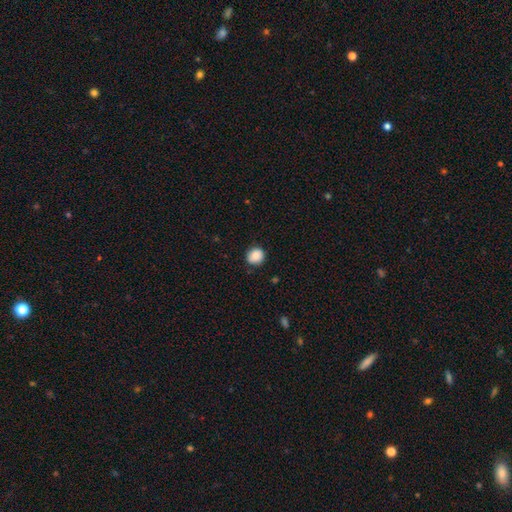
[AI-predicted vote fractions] Q: Smooth or featured?
A: smooth (88%); runner-up: star or artifact (8%)
Q: How rounded?
A: round (85%); runner-up: in between (14%)
Q: Merging?
A: none (85%); runner-up: minor disturbance (12%)